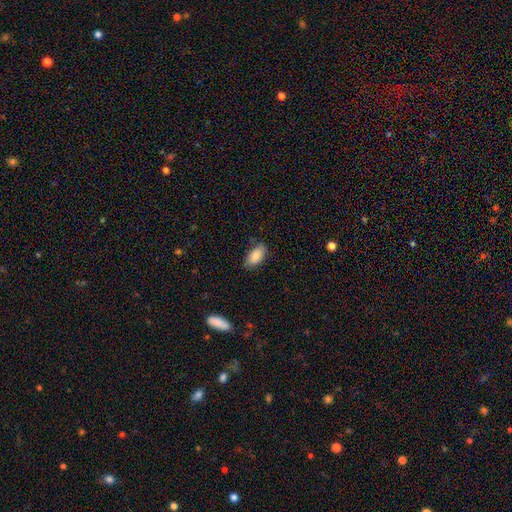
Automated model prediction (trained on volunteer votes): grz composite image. It shows a smooth galaxy with no disk features (86%) that is in between round and cigar-shaped (92%). Merging: none (77%).